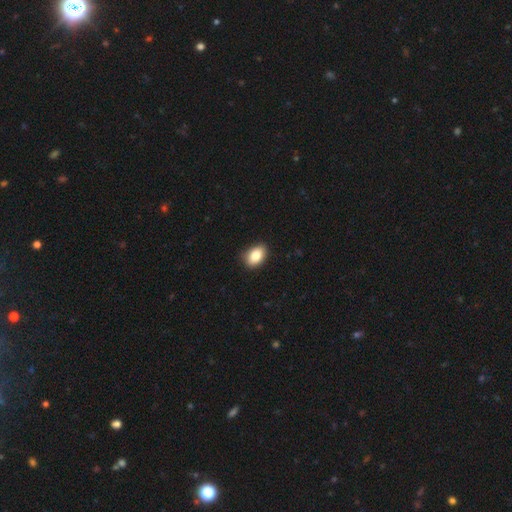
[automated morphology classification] This appears to be a smooth galaxy with no disk features (84%) that is in between round and cigar-shaped (85%). Merging: none (87%).